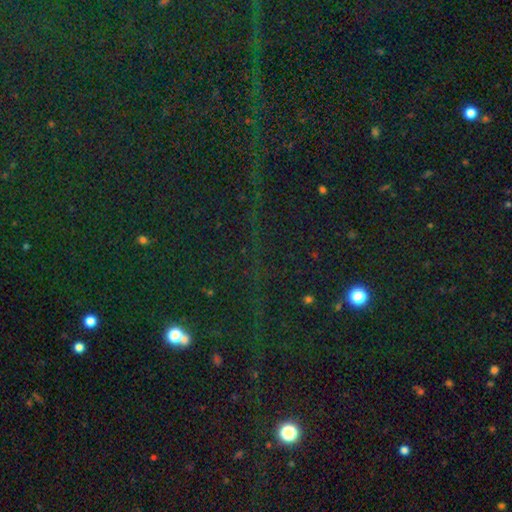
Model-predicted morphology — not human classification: smooth-or-featured: star or artifact: 80% | smooth: 12% | featured or disk: 8%